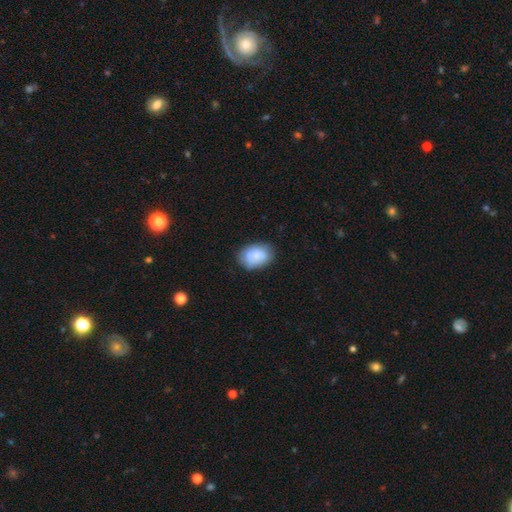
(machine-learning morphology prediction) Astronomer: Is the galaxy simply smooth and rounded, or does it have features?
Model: smooth — 74%.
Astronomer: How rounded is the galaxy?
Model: in between — 76%.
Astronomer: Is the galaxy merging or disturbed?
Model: none — 65%.